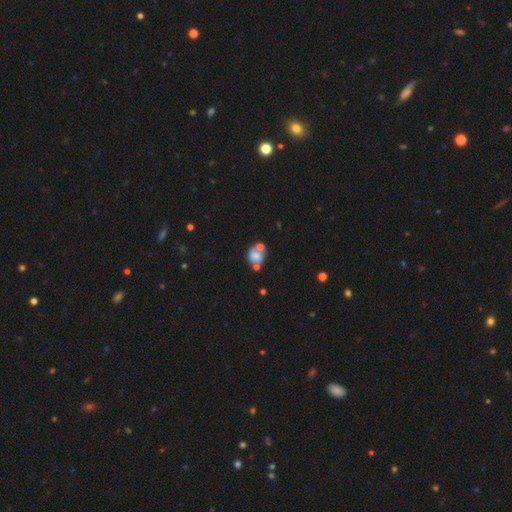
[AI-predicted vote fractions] smooth 55%, featured or disk 33%, star or artifact 12%. Down the decision tree: how rounded — round (58%); merging — merger (41%).